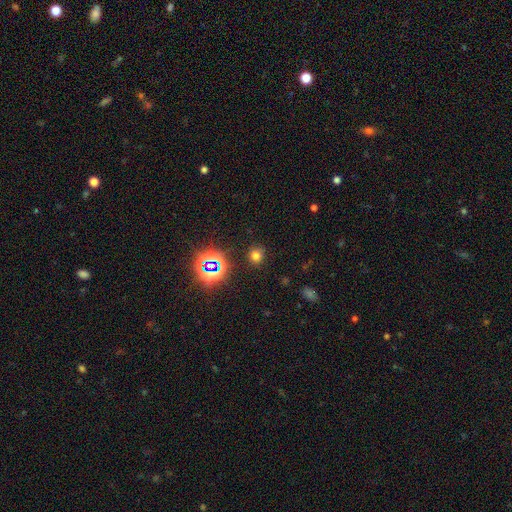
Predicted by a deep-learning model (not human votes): This is likely a smooth galaxy (67%). How rounded: clearly round (83%). Merging: clearly none (86%).